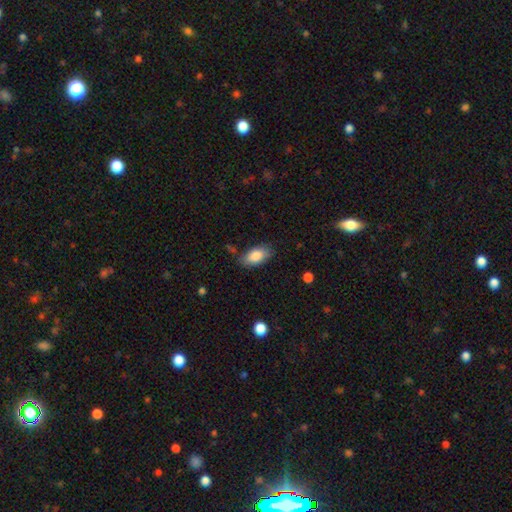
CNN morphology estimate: The model was most divided on "merging": none: 78%, minor disturbance: 16%, major disturbance: 4%, merger: 2%. More confident: how rounded — in between (92%); smooth or featured — smooth (85%).